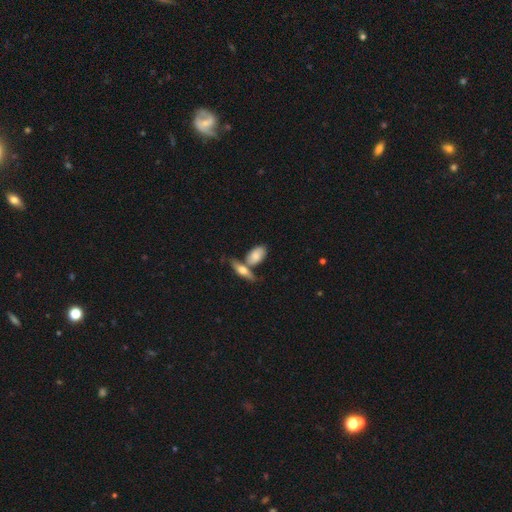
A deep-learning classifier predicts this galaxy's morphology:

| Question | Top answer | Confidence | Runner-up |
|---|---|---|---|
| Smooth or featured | smooth | 72% | featured or disk (21%) |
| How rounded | in between | 86% | cigar-shaped (8%) |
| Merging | none | 46% | merger (34%) |